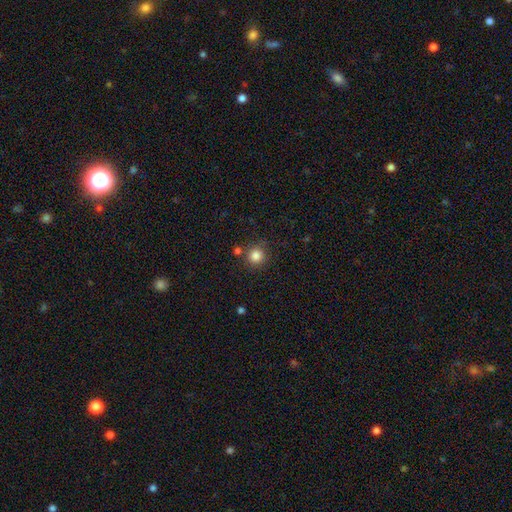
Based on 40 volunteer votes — smooth_or_featured: smooth (p=0.85) [alt: star or artifact p=0.10]
how_rounded: round (p=0.91) [alt: in between p=0.09]
merging: none (p=0.89) [alt: minor disturbance p=0.06]